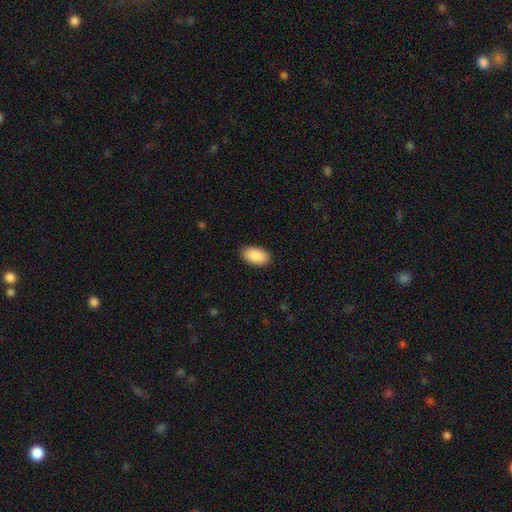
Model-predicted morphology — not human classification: Overall: smooth (90%). How rounded: in between (95%). Merging: none (89%).